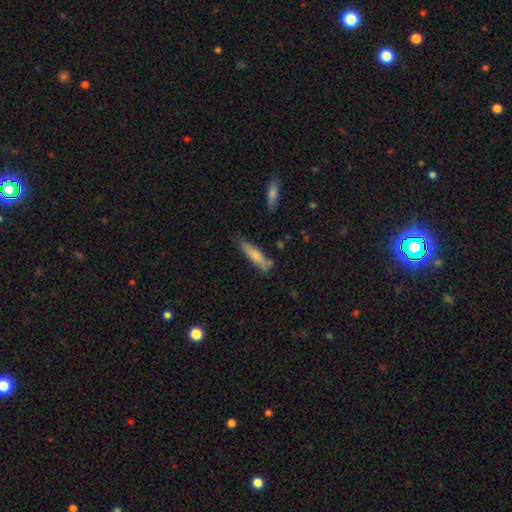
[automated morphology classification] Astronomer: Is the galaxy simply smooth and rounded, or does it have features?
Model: smooth — 76%.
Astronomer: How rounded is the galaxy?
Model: cigar-shaped — 74%.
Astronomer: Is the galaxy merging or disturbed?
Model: none — 69%.